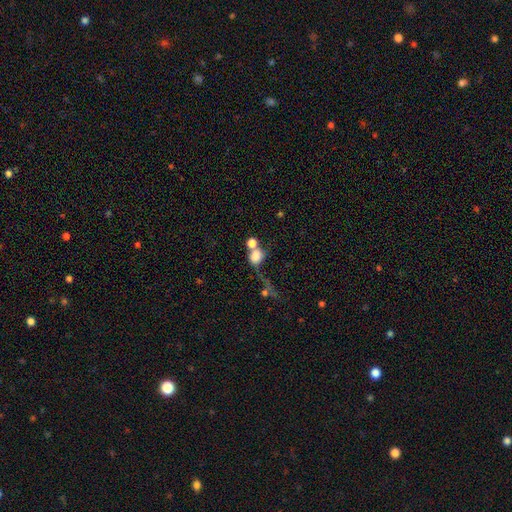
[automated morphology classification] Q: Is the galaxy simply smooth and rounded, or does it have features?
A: smooth — 72%.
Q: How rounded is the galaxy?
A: round — 63%.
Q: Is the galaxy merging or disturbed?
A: merger — 49%.